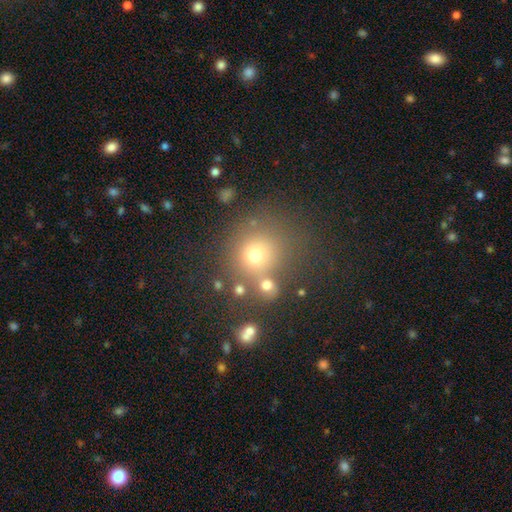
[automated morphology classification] type=smooth (67%); roundness=round (88%); merging=none (66%).